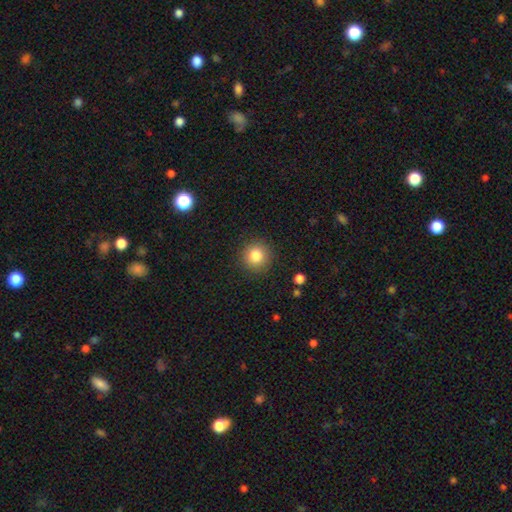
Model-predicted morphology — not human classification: A smooth galaxy with no disk features (83%) that is round (93%).

Vote fractions:
- Smooth or featured? smooth: 83% / star or artifact: 10% / featured or disk: 7%
- How rounded? round: 93% / in between: 6% / cigar-shaped: 1%
- Merging? none: 89% / minor disturbance: 7% / major disturbance: 3% / merger: 1%